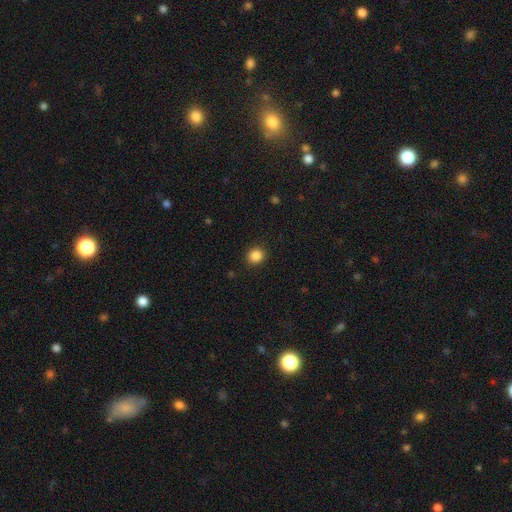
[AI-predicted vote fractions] This appears to be a smooth galaxy with no disk features (86%) that is round (86%). Merging: none (91%).